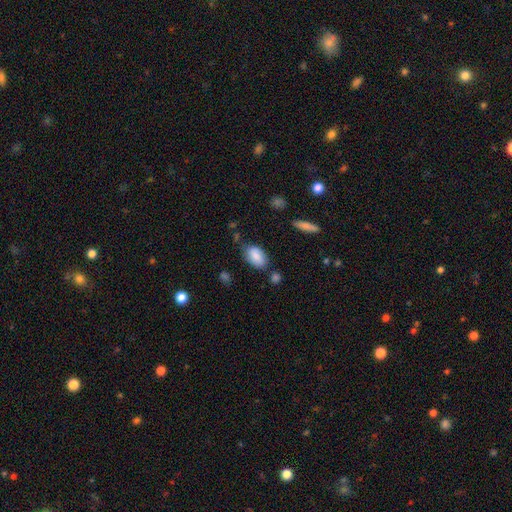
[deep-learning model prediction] smooth-or-featured: smooth: 83% | featured or disk: 10% | star or artifact: 7%
  how-rounded: in between: 93% | round: 5% | cigar-shaped: 2%
  merging: none: 65% | minor disturbance: 23% | major disturbance: 6% | merger: 6%